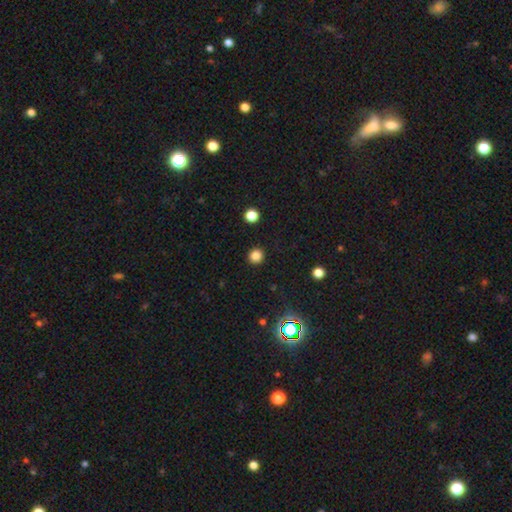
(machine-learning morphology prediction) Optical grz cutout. It shows a smooth galaxy with no disk features (83%) that is round (94%). Merging: none (92%).